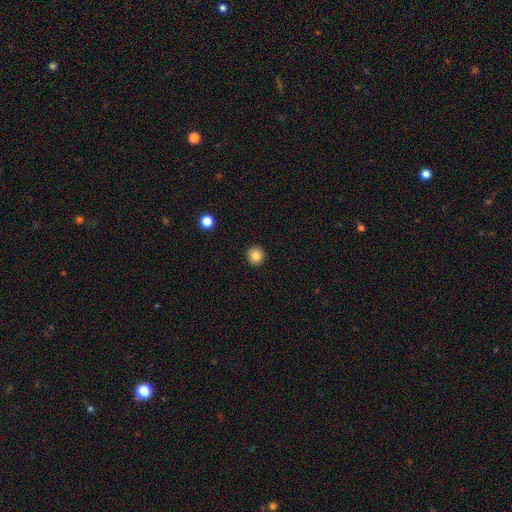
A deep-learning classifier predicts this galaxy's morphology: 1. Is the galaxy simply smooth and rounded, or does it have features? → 83% smooth, 10% star or artifact, 6% featured or disk.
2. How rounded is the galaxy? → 95% round, 4% in between, 1% cigar-shaped.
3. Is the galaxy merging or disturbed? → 93% none, 5% minor disturbance, 2% major disturbance, 1% merger.